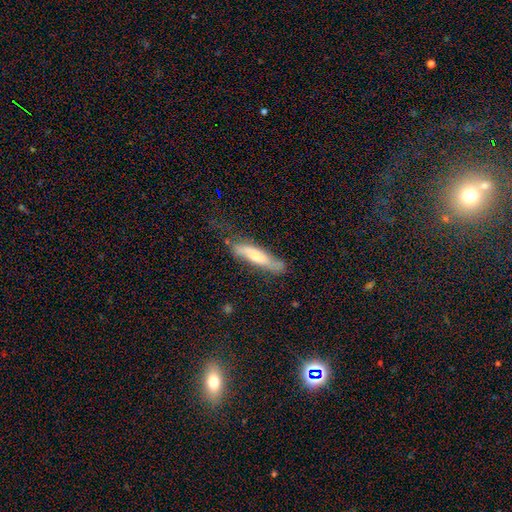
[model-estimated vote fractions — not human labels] Smooth or featured? Predicted: smooth (p=0.56). How rounded? Predicted: cigar-shaped (p=0.79). Merging? Predicted: none (p=0.57).